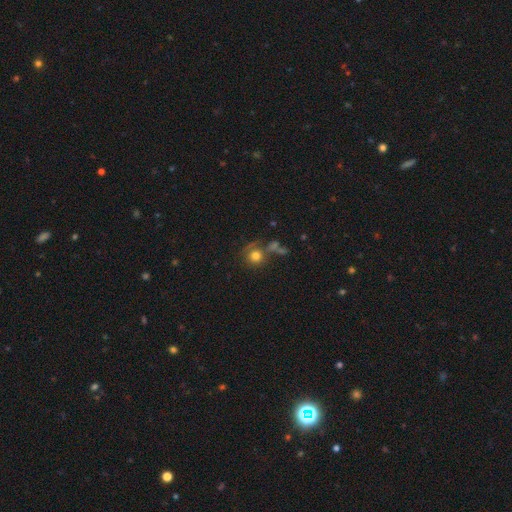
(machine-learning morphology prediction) type=smooth (73%); roundness=round (89%); merging=none (53%).